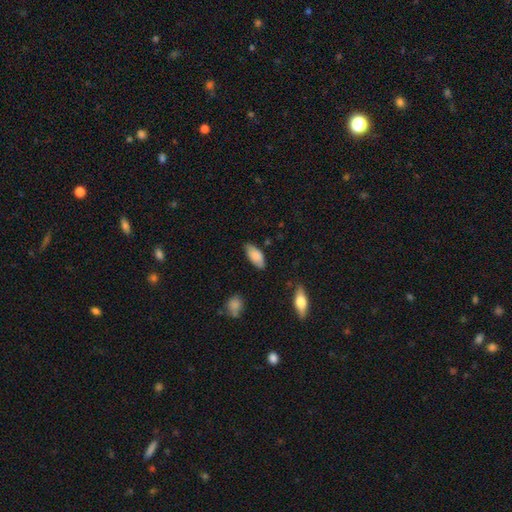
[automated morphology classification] A smooth galaxy with no disk features (83%) that is in between round and cigar-shaped (87%). Merging: none (80%).